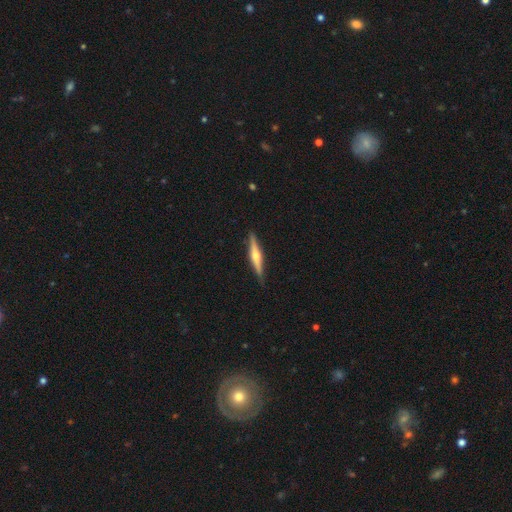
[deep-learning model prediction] Q: Smooth or featured?
A: featured or disk (71%); runner-up: smooth (24%)
Q: Edge-on disk?
A: yes (98%); runner-up: no (2%)
Q: Edge-on bulge?
A: rounded (91%); runner-up: boxy (5%)
Q: Merging?
A: none (89%); runner-up: minor disturbance (8%)